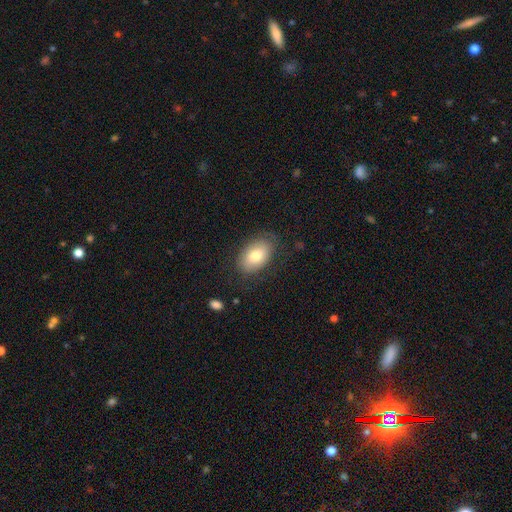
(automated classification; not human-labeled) This appears to be a smooth galaxy with no disk features (77%) that is in between round and cigar-shaped (90%). Merging: none (79%).